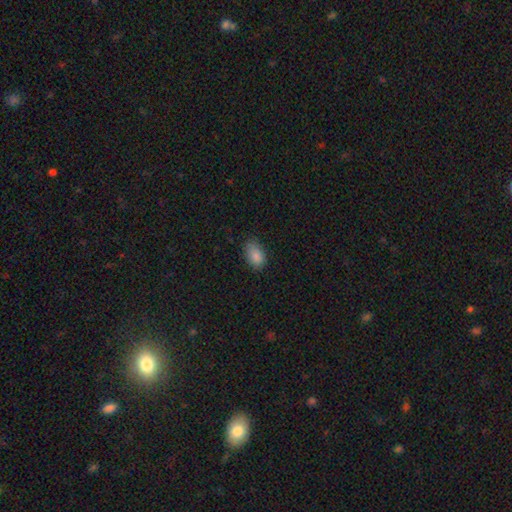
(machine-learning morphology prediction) Smooth or featured? Predicted: smooth (p=0.87). How rounded? Predicted: in between (p=0.90). Merging? Predicted: none (p=0.76).